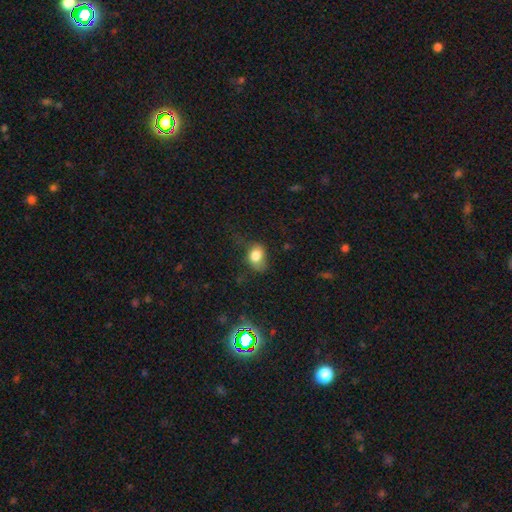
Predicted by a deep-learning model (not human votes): smooth_or_featured: smooth (p=0.81) [alt: star or artifact p=0.10]
how_rounded: in between (p=0.65) [alt: round p=0.34]
merging: none (p=0.52) [alt: minor disturbance p=0.31]